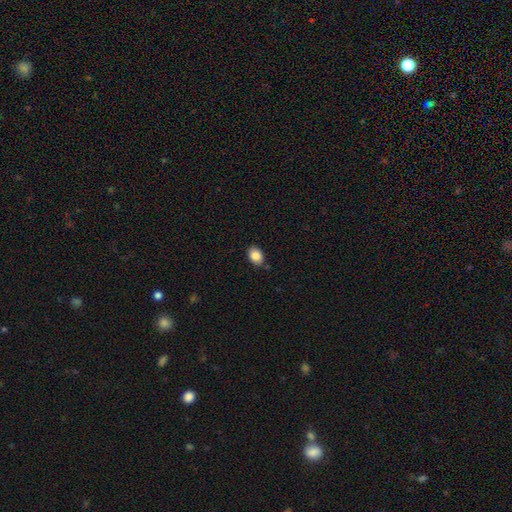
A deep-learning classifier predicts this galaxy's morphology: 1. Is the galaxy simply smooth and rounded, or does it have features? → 86% smooth, 8% star or artifact, 6% featured or disk.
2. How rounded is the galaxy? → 76% in between, 23% round, 1% cigar-shaped.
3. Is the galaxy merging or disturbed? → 84% none, 12% minor disturbance, 2% merger, 2% major disturbance.